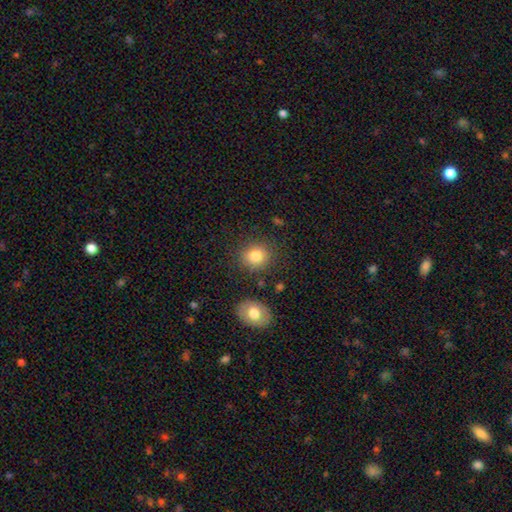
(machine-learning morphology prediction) Smooth or featured: smooth — 81% (star or artifact — 10%)
How rounded: round — 75% (in between — 24%)
Merging: none — 83% (minor disturbance — 10%)